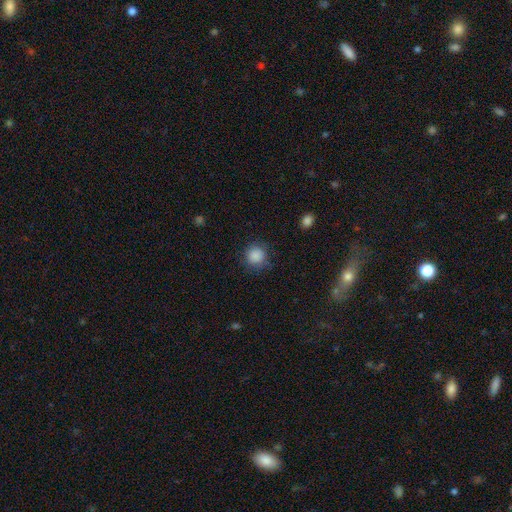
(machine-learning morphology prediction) smooth_or_featured: smooth (p=0.87) [alt: star or artifact p=0.09]
how_rounded: round (p=0.92) [alt: in between p=0.07]
merging: none (p=0.83) [alt: minor disturbance p=0.12]